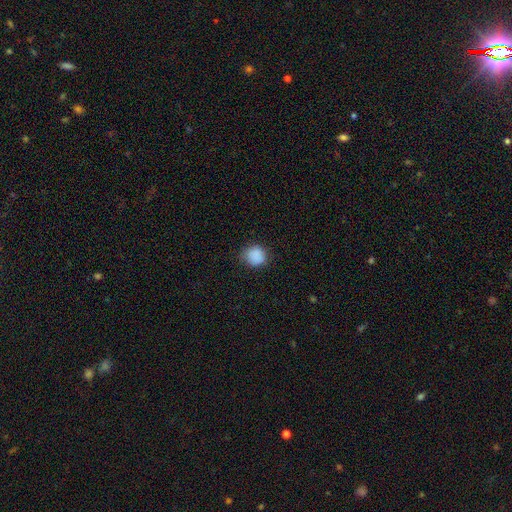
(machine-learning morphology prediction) A smooth galaxy with no disk features (87%) that is round (84%). Merging: none (79%).